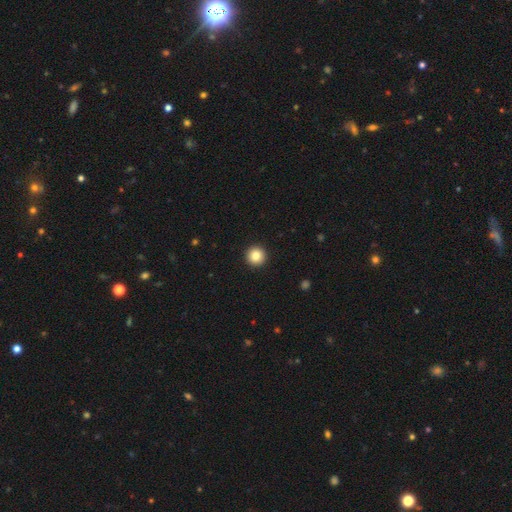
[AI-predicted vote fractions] smooth_or_featured: smooth (p=0.85) [alt: star or artifact p=0.10]
how_rounded: round (p=0.96) [alt: in between p=0.03]
merging: none (p=0.94) [alt: minor disturbance p=0.04]